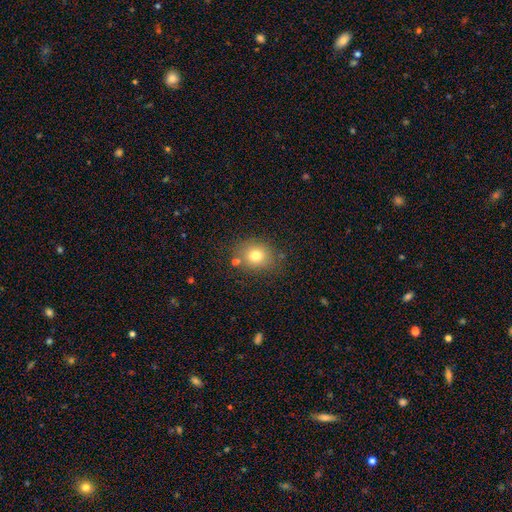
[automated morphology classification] A smooth galaxy with no disk features (76%) that is round (69%).

Vote fractions:
- Smooth or featured? smooth: 76% / star or artifact: 13% / featured or disk: 11%
- How rounded? round: 69% / in between: 30% / cigar-shaped: 1%
- Merging? none: 76% / minor disturbance: 13% / merger: 7% / major disturbance: 4%